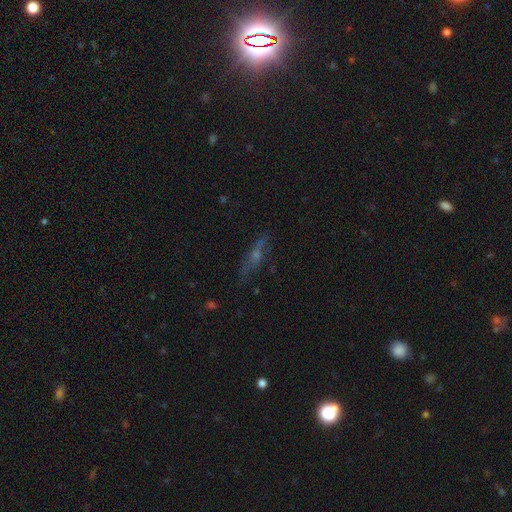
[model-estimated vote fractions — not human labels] This appears to be a featured or disk galaxy (52%) viewed edge-on (65%). Merging: none (74%).